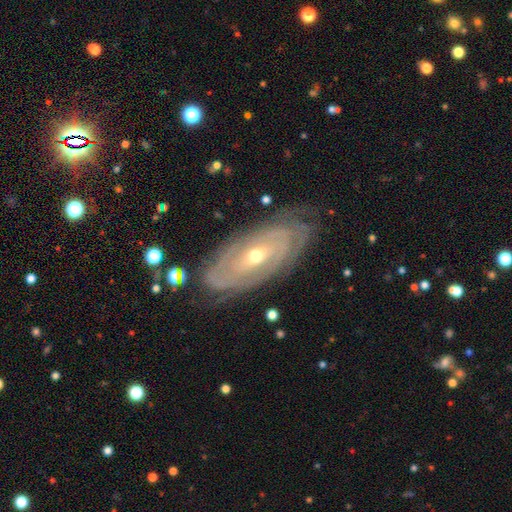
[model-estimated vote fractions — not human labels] Smooth or featured? Predicted: featured or disk (p=0.83). Edge-on disk? Predicted: no (p=0.89). Bar? Predicted: no (p=0.63). Spiral arms? Predicted: yes (p=0.84). Spiral winding? Predicted: tight (p=0.79). Spiral arm count? Predicted: can't tell (p=0.53). Bulge size? Predicted: small (p=0.54). Merging? Predicted: none (p=0.74).